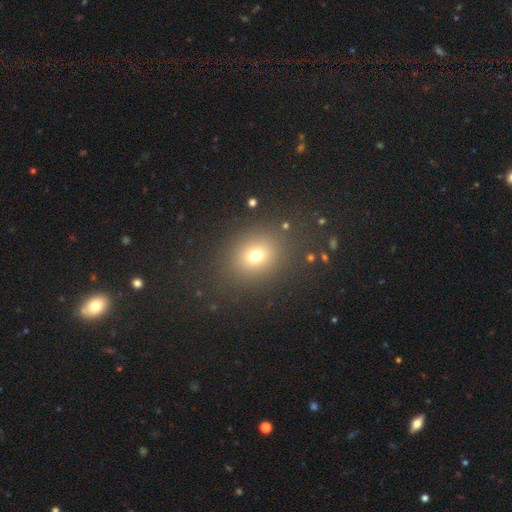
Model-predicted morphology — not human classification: Overall: smooth (72%). How rounded: round (59%; in between 40%). Merging: none (85%).